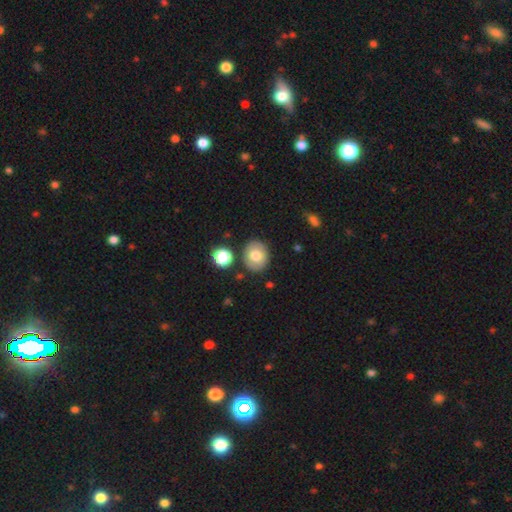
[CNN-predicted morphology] type=smooth (73%); roundness=round (56%); merging=none (84%).